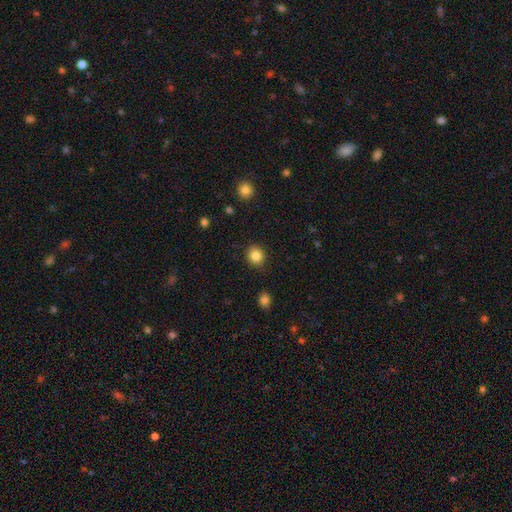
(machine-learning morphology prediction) Q: Smooth or featured?
A: smooth (85%); runner-up: star or artifact (10%)
Q: How rounded?
A: round (77%); runner-up: in between (22%)
Q: Merging?
A: none (88%); runner-up: minor disturbance (8%)